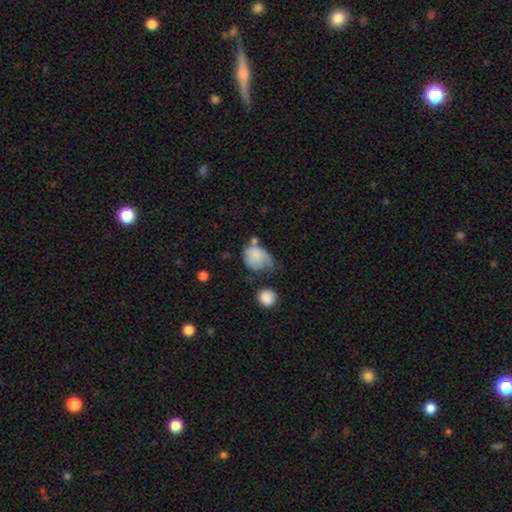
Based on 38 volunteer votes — Smooth or featured? smooth (71%)
How rounded? round (56%)
Merging? major disturbance (56%)